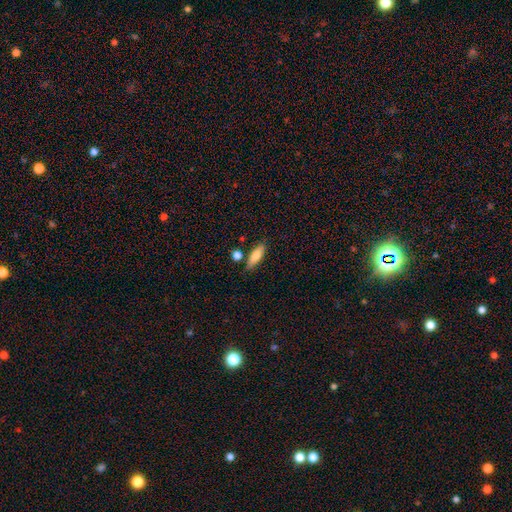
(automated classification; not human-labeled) A smooth galaxy with no disk features (77%) that is in between round and cigar-shaped (54%).

Vote fractions:
- Smooth or featured? smooth: 77% / featured or disk: 17% / star or artifact: 7%
- How rounded? in between: 54% / cigar-shaped: 43% / round: 3%
- Merging? none: 77% / minor disturbance: 13% / merger: 8% / major disturbance: 3%